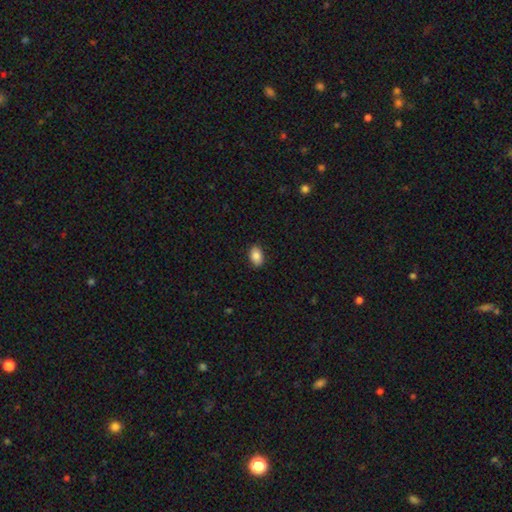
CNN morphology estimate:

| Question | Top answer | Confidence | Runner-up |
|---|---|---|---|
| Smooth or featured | smooth | 87% | star or artifact (8%) |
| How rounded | in between | 88% | round (11%) |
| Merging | none | 89% | minor disturbance (8%) |